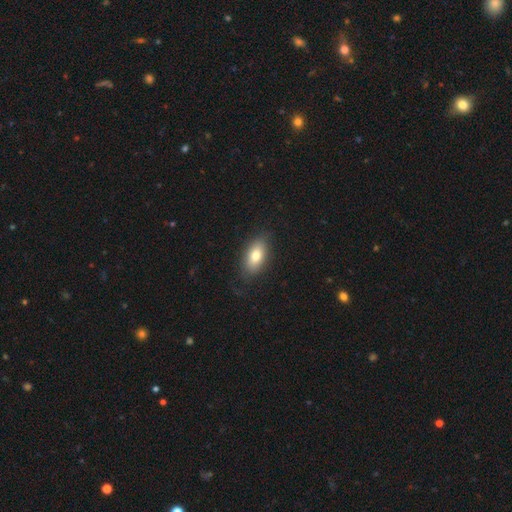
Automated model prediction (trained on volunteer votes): Morphology: type=smooth (77%); roundness=in between (90%); merging=none (80%).